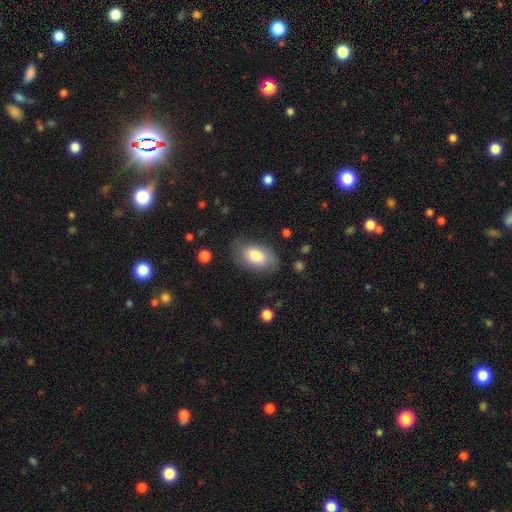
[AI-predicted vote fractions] smooth-or-featured: smooth: 76% | featured or disk: 17% | star or artifact: 6%
  how-rounded: in between: 92% | round: 6% | cigar-shaped: 2%
  merging: none: 73% | minor disturbance: 19% | major disturbance: 6% | merger: 1%